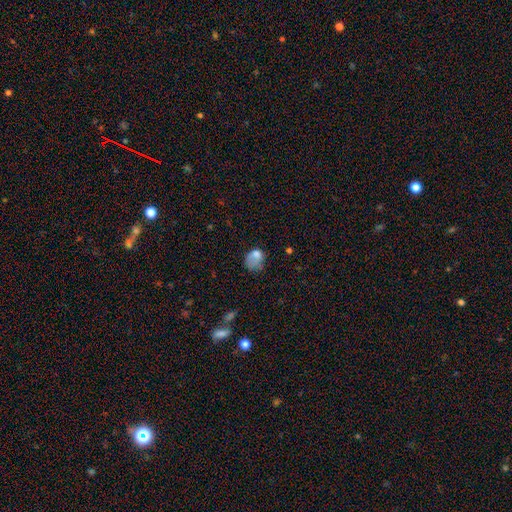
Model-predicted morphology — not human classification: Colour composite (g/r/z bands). It shows a smooth galaxy with no disk features (72%) that is in between round and cigar-shaped (53%). Merging: major disturbance (36%).